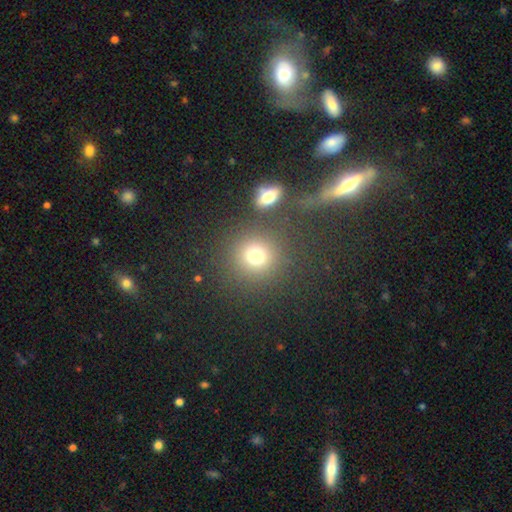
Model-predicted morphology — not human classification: smooth_or_featured: smooth (p=0.75) [alt: star or artifact p=0.16]
how_rounded: round (p=0.88) [alt: in between p=0.10]
merging: none (p=0.77) [alt: merger p=0.10]